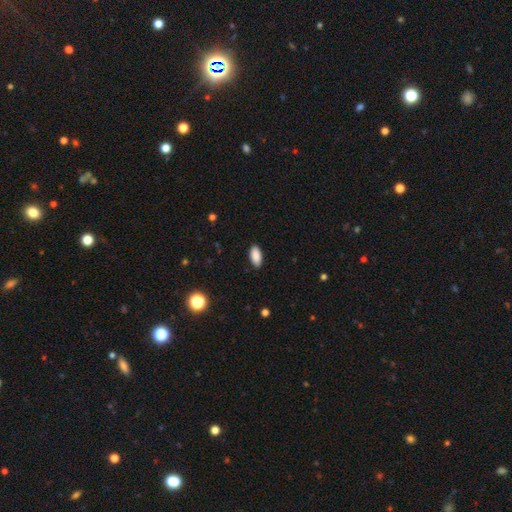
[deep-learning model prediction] smooth-or-featured: smooth: 89% | star or artifact: 7% | featured or disk: 4%
  how-rounded: in between: 92% | cigar-shaped: 6% | round: 2%
  merging: none: 87% | minor disturbance: 10% | major disturbance: 2% | merger: 1%